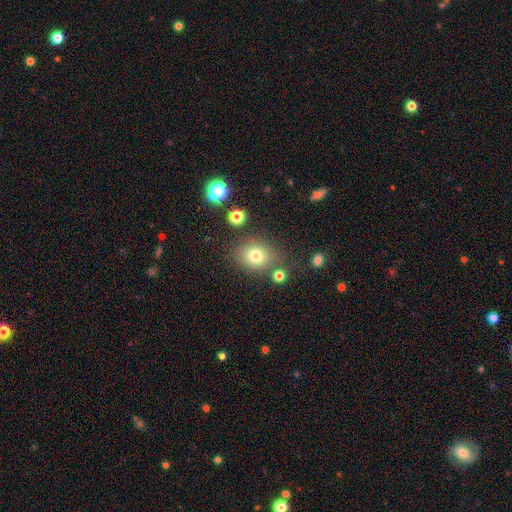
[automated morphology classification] A smooth galaxy with no disk features (77%) that is round (56%). Merging: none (74%).